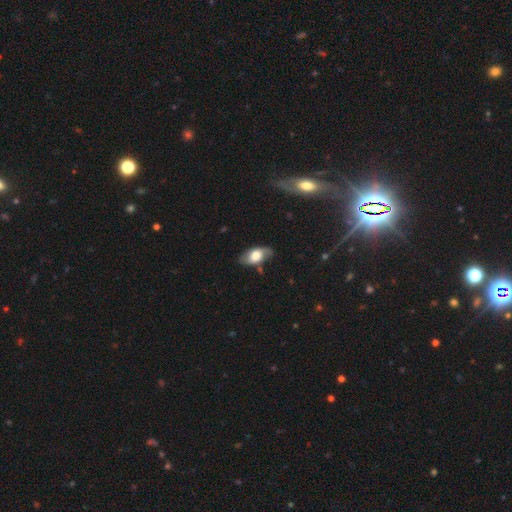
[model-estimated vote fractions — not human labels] A smooth galaxy with no disk features (54%) that is in between round and cigar-shaped (91%).

Vote fractions:
- Smooth or featured? smooth: 54% / featured or disk: 39% / star or artifact: 7%
- How rounded? in between: 91% / round: 5% / cigar-shaped: 4%
- Merging? none: 67% / minor disturbance: 24% / major disturbance: 6% / merger: 3%